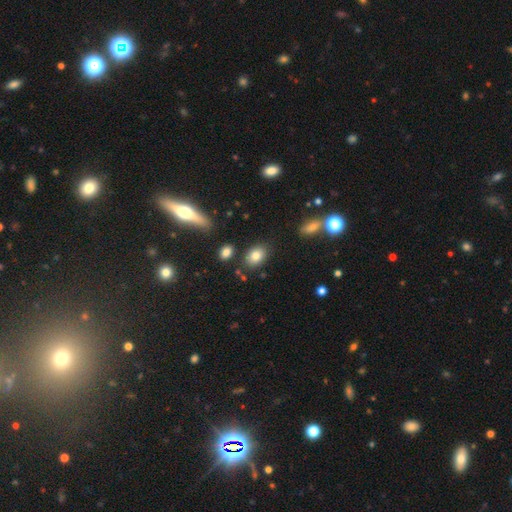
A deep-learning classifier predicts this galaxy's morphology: type=smooth (83%); roundness=in between (79%); merging=none (82%).